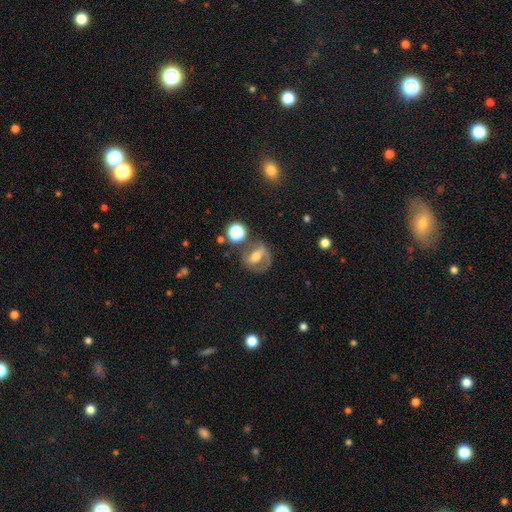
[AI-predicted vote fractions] Morphology: type=featured or disk (60%); edge-on=no (93%); bar=strong (47%); spiral arms=yes (69%); bulge=moderate (60%); merging=none (61%).